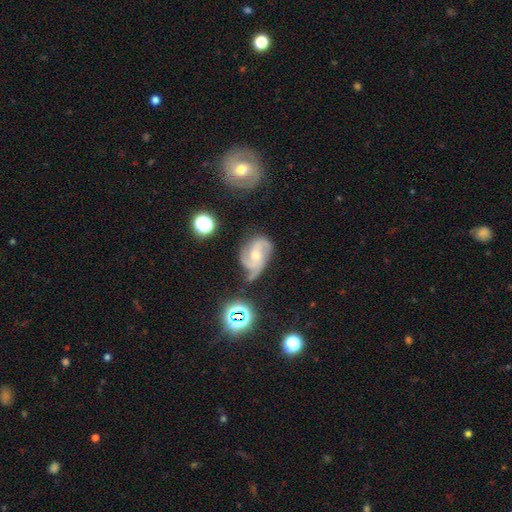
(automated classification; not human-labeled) A featured or disk galaxy (84%) with no bar (60%), 3 (59%) medium (53%) spiral arms (97%) and a small central bulge (49%). Merging: none (50%).